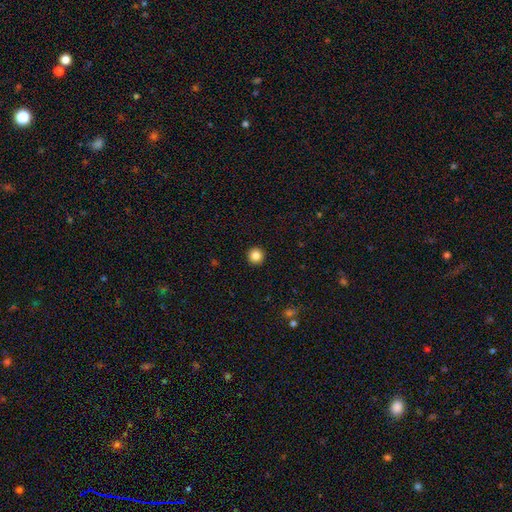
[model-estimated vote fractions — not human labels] smooth-or-featured: smooth: 86% | star or artifact: 10% | featured or disk: 4%
  how-rounded: round: 95% | in between: 4% | cigar-shaped: 1%
  merging: none: 93% | minor disturbance: 4% | major disturbance: 1% | merger: 1%